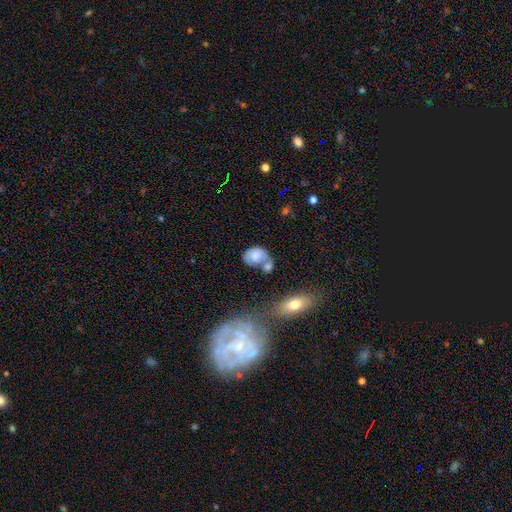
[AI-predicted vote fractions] smooth-or-featured: smooth: 67% | featured or disk: 24% | star or artifact: 8%
  how-rounded: in between: 67% | round: 32% | cigar-shaped: 1%
  merging: merger: 38% | none: 27% | minor disturbance: 21% | major disturbance: 15%